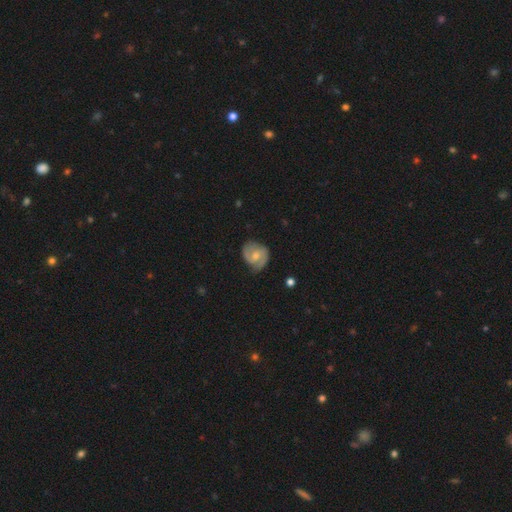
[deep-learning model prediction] A featured or disk galaxy (66%) with no bar (54%), 2 (77%) medium (45%) spiral arms (90%) and a moderate central bulge (53%). Merging: none (64%).